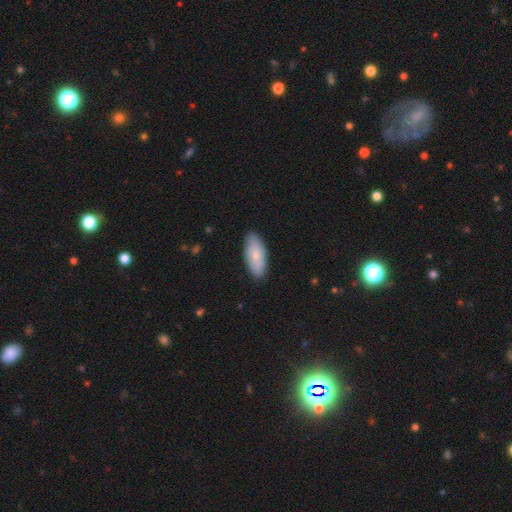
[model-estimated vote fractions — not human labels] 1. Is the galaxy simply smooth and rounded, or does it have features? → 71% smooth, 24% featured or disk, 5% star or artifact.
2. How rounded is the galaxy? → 88% in between, 10% cigar-shaped, 2% round.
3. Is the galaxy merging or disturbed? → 85% none, 12% minor disturbance, 2% major disturbance, 1% merger.